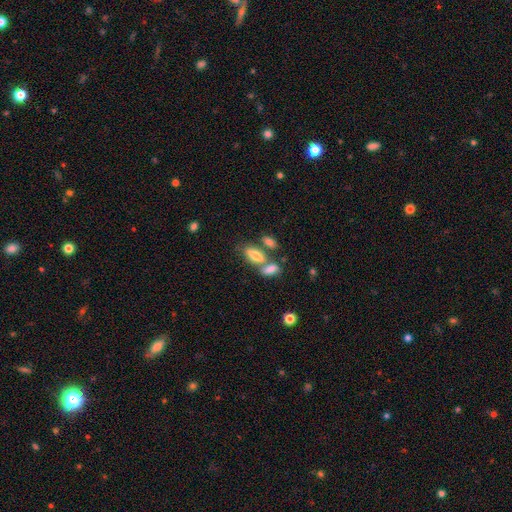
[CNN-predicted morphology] This appears to be a smooth galaxy with no disk features (74%) that is in between round and cigar-shaped (76%). Merging: merger (42%).